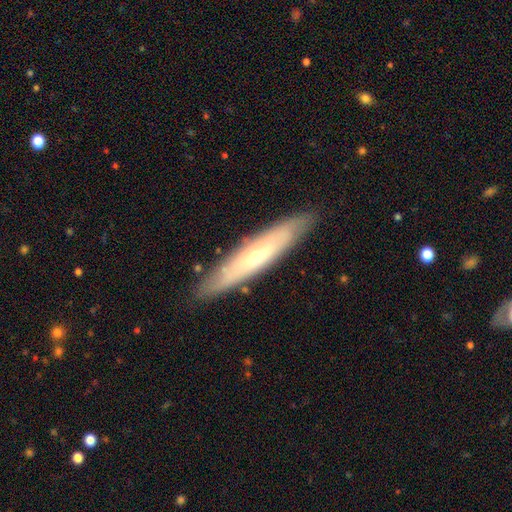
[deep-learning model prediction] Morphology: type=featured or disk (57%); edge-on=yes (58%); merging=none (86%).